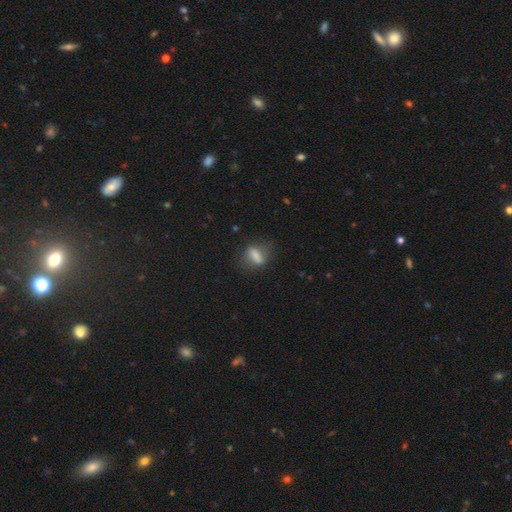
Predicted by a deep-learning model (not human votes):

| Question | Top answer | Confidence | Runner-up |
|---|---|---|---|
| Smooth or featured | smooth | 68% | featured or disk (22%) |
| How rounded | in between | 58% | cigar-shaped (27%) |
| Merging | none | 74% | minor disturbance (16%) |